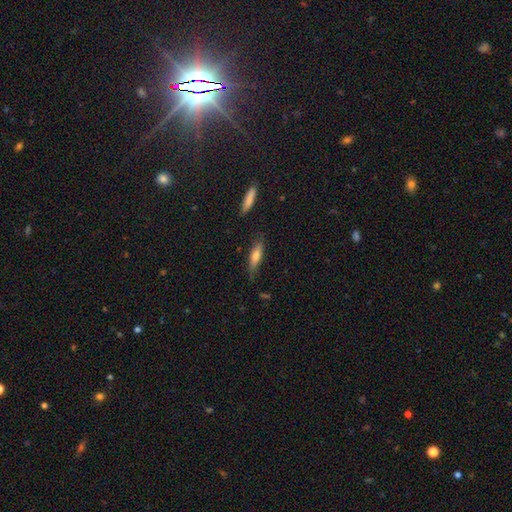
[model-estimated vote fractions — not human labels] A smooth galaxy with no disk features (66%) that is cigar-shaped (66%).

Vote fractions:
- Smooth or featured? smooth: 66% / featured or disk: 27% / star or artifact: 7%
- How rounded? cigar-shaped: 66% / in between: 32% / round: 2%
- Merging? none: 74% / minor disturbance: 20% / major disturbance: 4% / merger: 2%